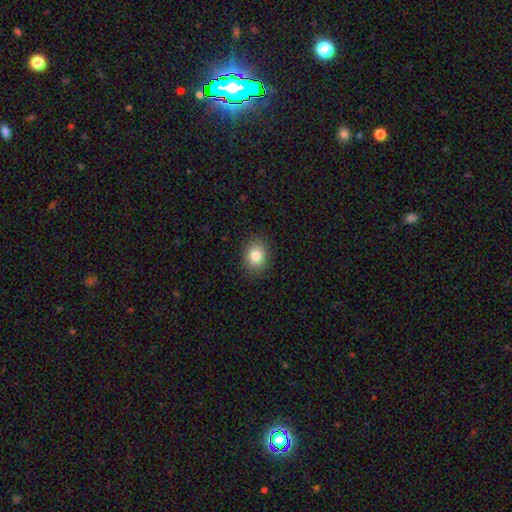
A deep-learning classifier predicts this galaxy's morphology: Smooth or featured: smooth — 82% (star or artifact — 10%)
How rounded: round — 59% (in between — 41%)
Merging: none — 89% (minor disturbance — 8%)